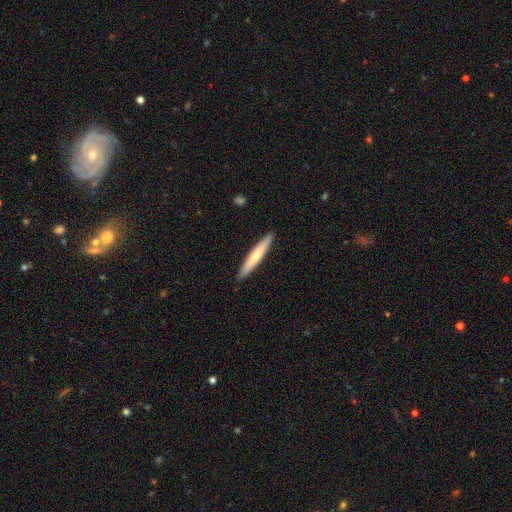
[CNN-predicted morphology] Smooth or featured?
  - smooth: 58% *
  - featured or disk: 37%
  - star or artifact: 5%
How rounded?
  - cigar-shaped: 94% *
  - in between: 4%
  - round: 1%
Merging?
  - none: 91% *
  - minor disturbance: 7%
  - major disturbance: 1%
  - merger: 1%